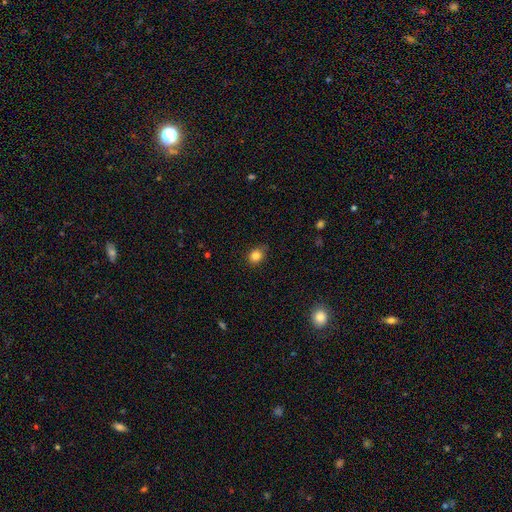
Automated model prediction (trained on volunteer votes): This is clearly a smooth galaxy (83%). How rounded: likely round (70%). Merging: likely none (78%).